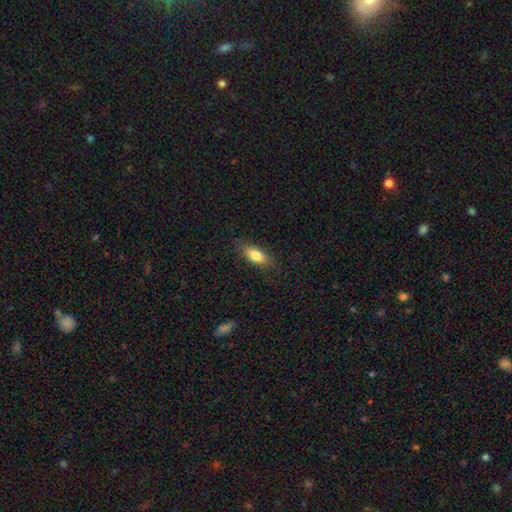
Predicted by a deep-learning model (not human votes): This appears to be a smooth galaxy with no disk features (78%) that is in between round and cigar-shaped (79%). Merging: none (82%).